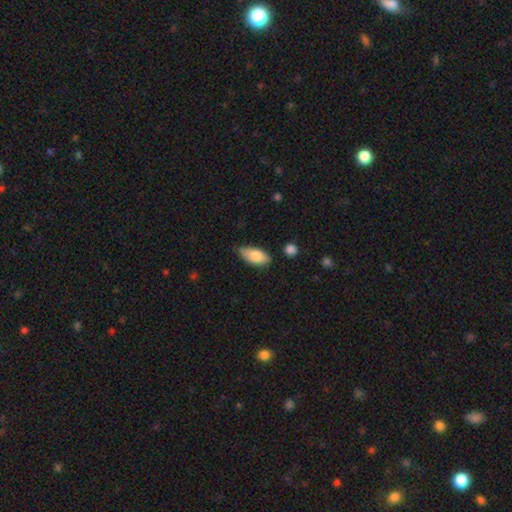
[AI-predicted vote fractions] A smooth galaxy with no disk features (80%) that is in between round and cigar-shaped (88%).

Vote fractions:
- Smooth or featured? smooth: 80% / featured or disk: 14% / star or artifact: 6%
- How rounded? in between: 88% / cigar-shaped: 9% / round: 3%
- Merging? none: 70% / minor disturbance: 24% / major disturbance: 3% / merger: 2%